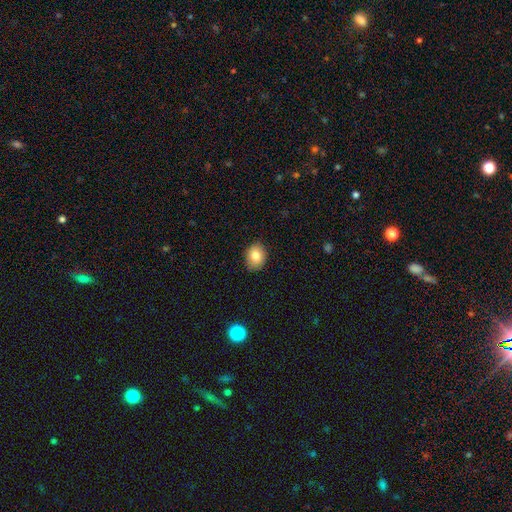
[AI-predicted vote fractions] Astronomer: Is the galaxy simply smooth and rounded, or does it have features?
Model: smooth — 82%.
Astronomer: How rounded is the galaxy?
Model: in between — 52% (runner-up: round, 47%).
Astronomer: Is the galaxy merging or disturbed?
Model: none — 85%.